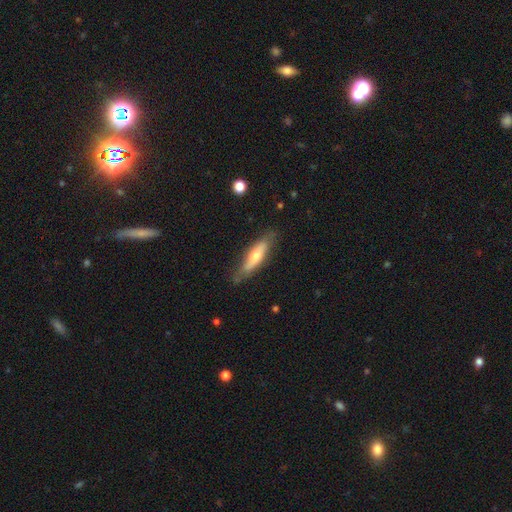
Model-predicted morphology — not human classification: Smooth or featured: smooth — 51% (featured or disk — 43%)
How rounded: cigar-shaped — 68% (in between — 31%)
Merging: none — 75% (minor disturbance — 20%)